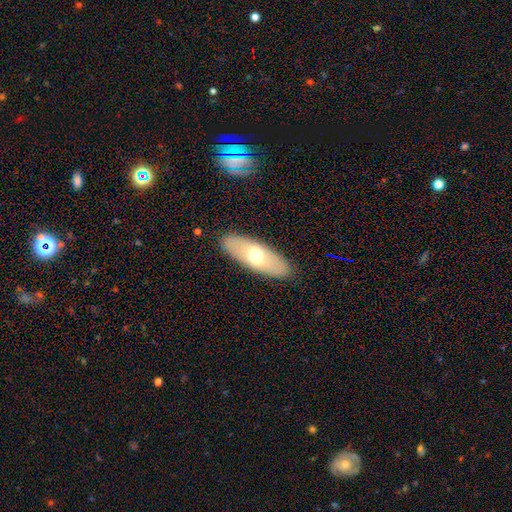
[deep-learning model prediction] Smooth or featured? Predicted: smooth (p=0.60). How rounded? Predicted: in between (p=0.74). Merging? Predicted: none (p=0.89).